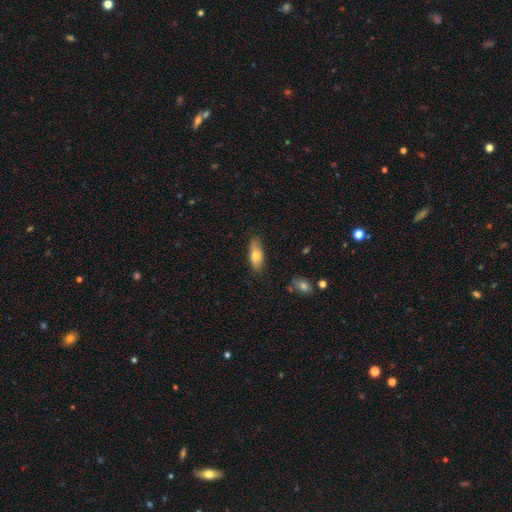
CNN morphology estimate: The model was most divided on "how rounded": in between: 75%, cigar-shaped: 23%, round: 3%. More confident: merging — none (79%); smooth or featured — smooth (76%).